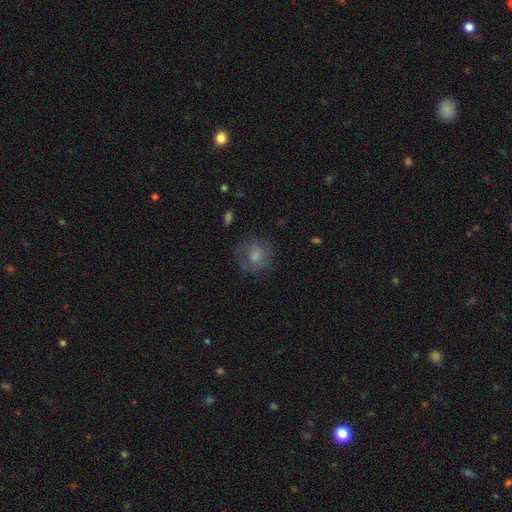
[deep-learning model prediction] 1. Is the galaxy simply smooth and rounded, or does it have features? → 71% smooth, 20% featured or disk, 10% star or artifact.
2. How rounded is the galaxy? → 81% round, 17% in between, 1% cigar-shaped.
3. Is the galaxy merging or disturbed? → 68% none, 19% minor disturbance, 11% major disturbance, 2% merger.